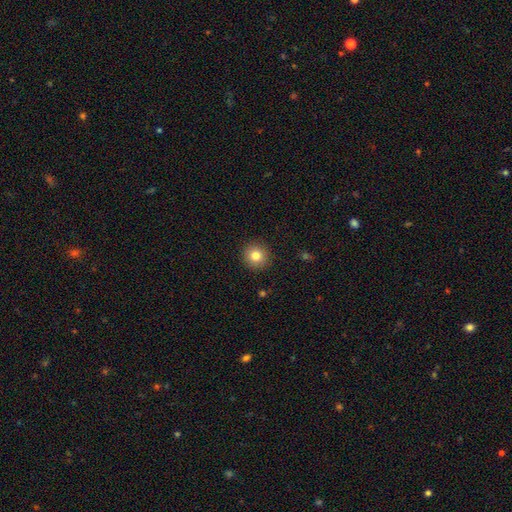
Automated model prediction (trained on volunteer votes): smooth-or-featured: smooth: 82% | star or artifact: 11% | featured or disk: 8%
  how-rounded: round: 92% | in between: 7% | cigar-shaped: 1%
  merging: none: 91% | minor disturbance: 6% | major disturbance: 2% | merger: 1%